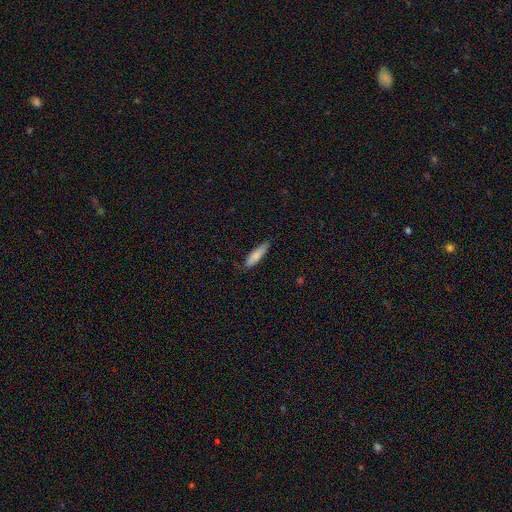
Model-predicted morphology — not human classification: A smooth galaxy with no disk features (83%) that is cigar-shaped (70%).

Vote fractions:
- Smooth or featured? smooth: 83% / featured or disk: 12% / star or artifact: 6%
- How rounded? cigar-shaped: 70% / in between: 29% / round: 1%
- Merging? none: 80% / minor disturbance: 16% / major disturbance: 2% / merger: 1%